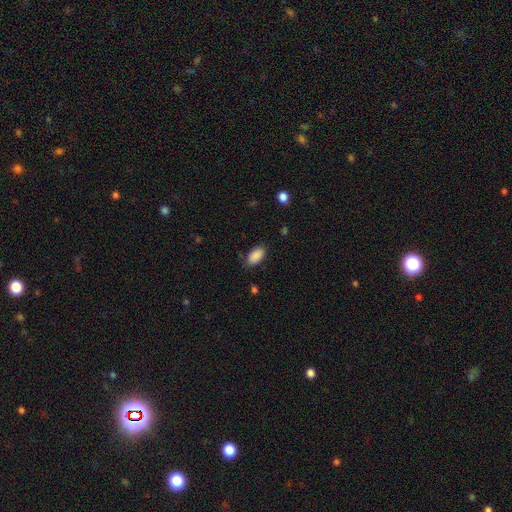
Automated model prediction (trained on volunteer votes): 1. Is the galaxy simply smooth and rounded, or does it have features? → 89% smooth, 7% star or artifact, 3% featured or disk.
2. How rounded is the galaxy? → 94% in between, 3% round, 2% cigar-shaped.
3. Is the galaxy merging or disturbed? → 82% none, 14% minor disturbance, 3% major disturbance, 1% merger.